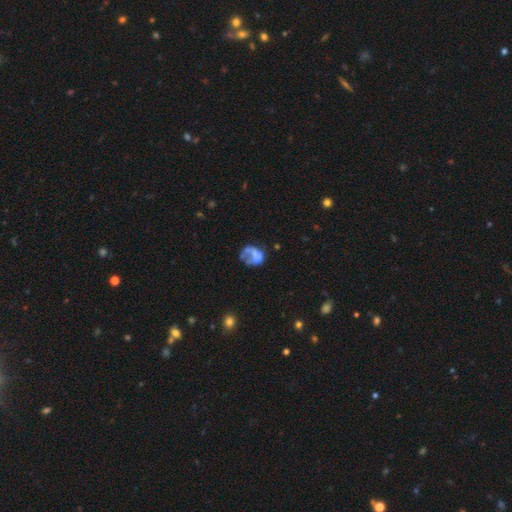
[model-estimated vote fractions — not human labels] Morphology: type=featured or disk (49%); merging=major disturbance (37%).